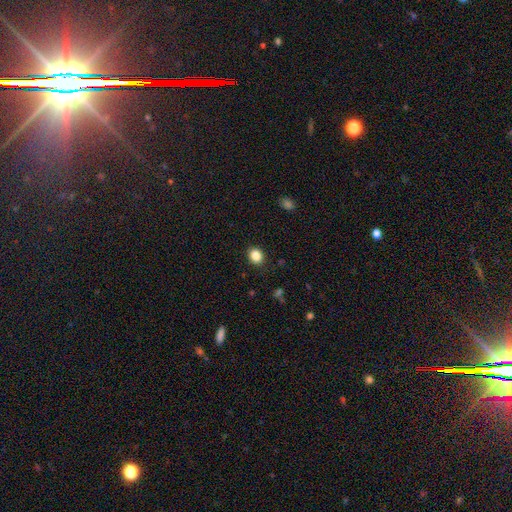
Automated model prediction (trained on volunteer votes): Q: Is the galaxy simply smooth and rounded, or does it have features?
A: smooth — 85%.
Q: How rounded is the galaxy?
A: round — 66%.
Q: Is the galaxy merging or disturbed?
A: none — 89%.